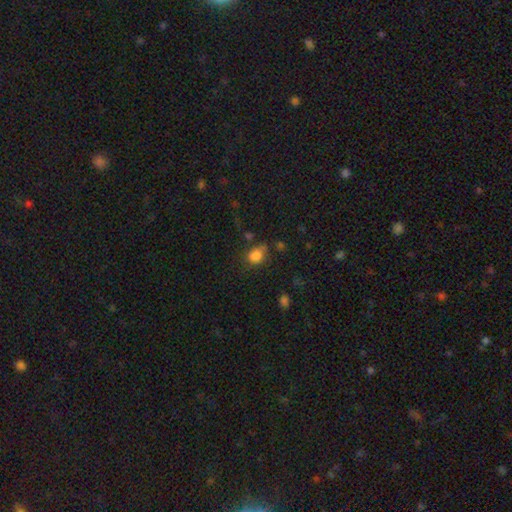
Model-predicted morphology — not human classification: type=smooth (82%); roundness=round (56%); merging=none (57%).